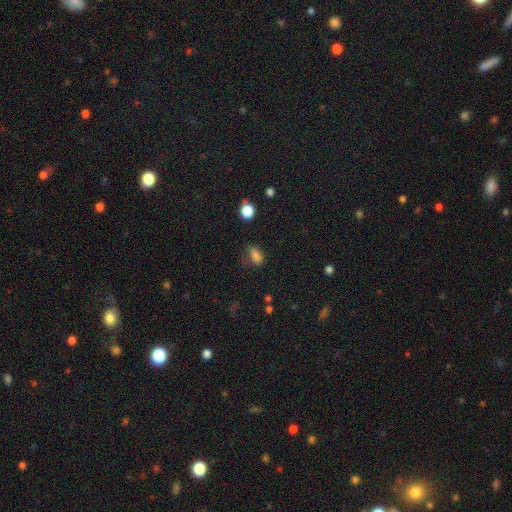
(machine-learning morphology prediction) Smooth or featured? smooth (77%)
How rounded? in between (79%)
Merging? none (52%)